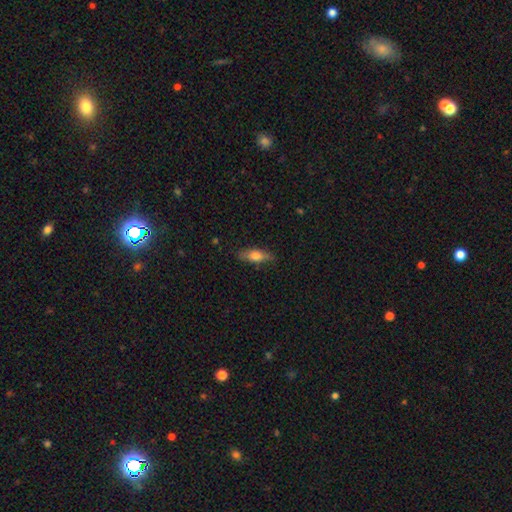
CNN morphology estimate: Smooth or featured: smooth — 61% (featured or disk — 32%)
How rounded: in between — 55% (cigar-shaped — 41%)
Merging: none — 78% (minor disturbance — 17%)